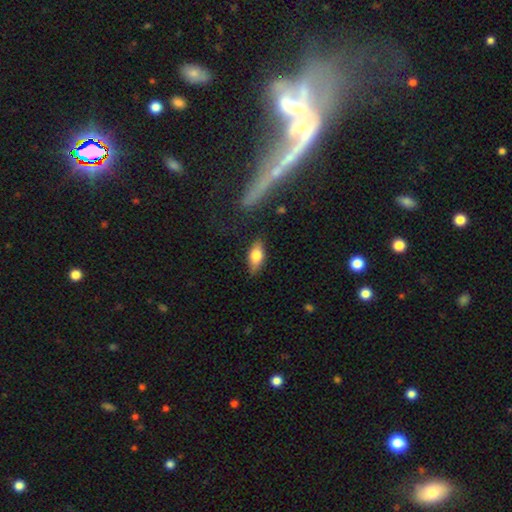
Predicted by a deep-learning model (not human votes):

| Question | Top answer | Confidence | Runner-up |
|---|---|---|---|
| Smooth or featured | smooth | 69% | featured or disk (24%) |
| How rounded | in between | 80% | cigar-shaped (16%) |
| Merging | none | 81% | minor disturbance (14%) |